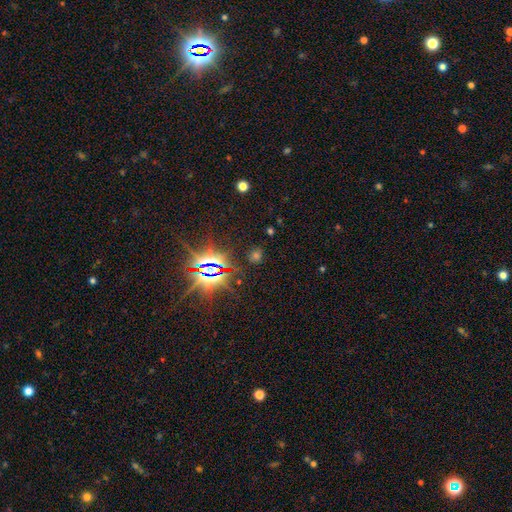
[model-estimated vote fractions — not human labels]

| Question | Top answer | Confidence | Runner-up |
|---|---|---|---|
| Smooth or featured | star or artifact | 60% | smooth (31%) |